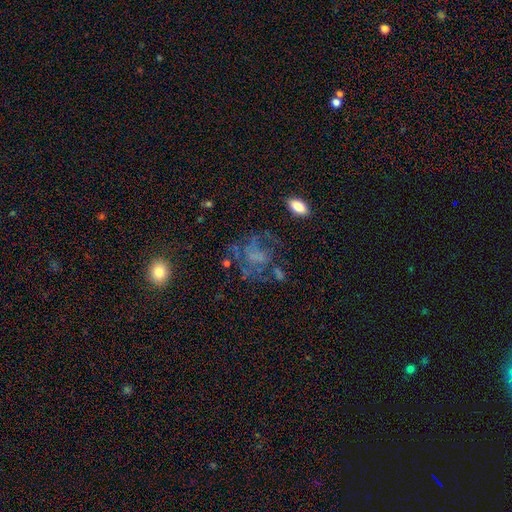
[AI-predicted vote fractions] A featured or disk galaxy (55%) with no bar (81%), no spiral arms (55%) and no central bulge (68%). Merging: none (47%).